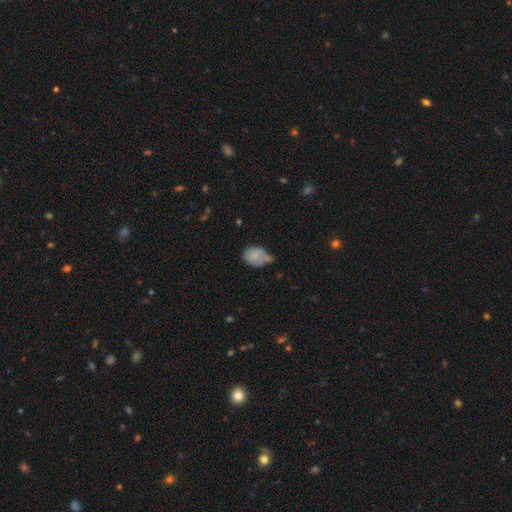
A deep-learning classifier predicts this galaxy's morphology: smooth-or-featured: smooth: 74% | featured or disk: 17% | star or artifact: 9%
  how-rounded: in between: 64% | round: 35% | cigar-shaped: 1%
  merging: minor disturbance: 40% | none: 31% | major disturbance: 15% | merger: 14%